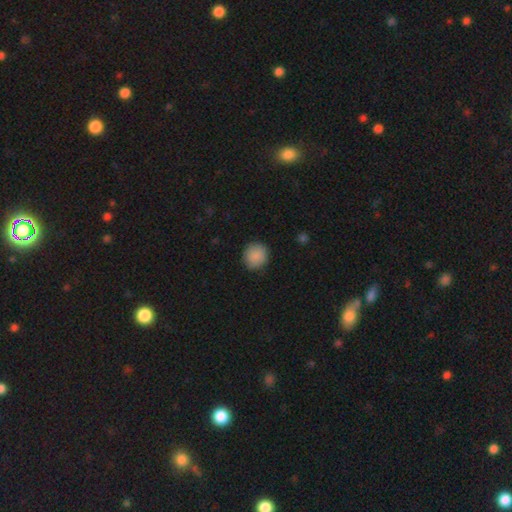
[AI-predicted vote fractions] This appears to be a smooth galaxy with no disk features (89%) that is round (88%). Merging: none (89%).